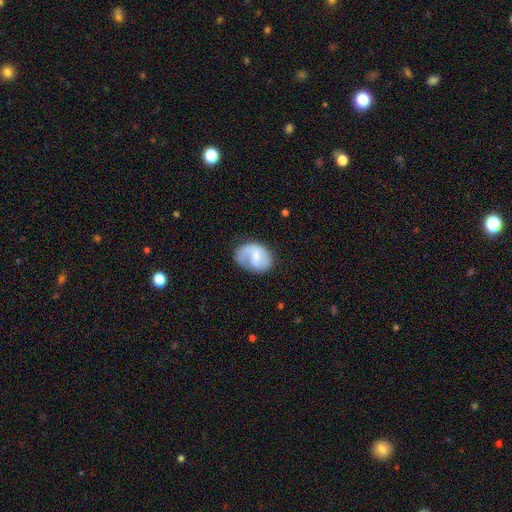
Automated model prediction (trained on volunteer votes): Smooth or featured? Predicted: featured or disk (p=0.50). Edge-on disk? Predicted: no (p=0.97). Merging? Predicted: none (p=0.48).